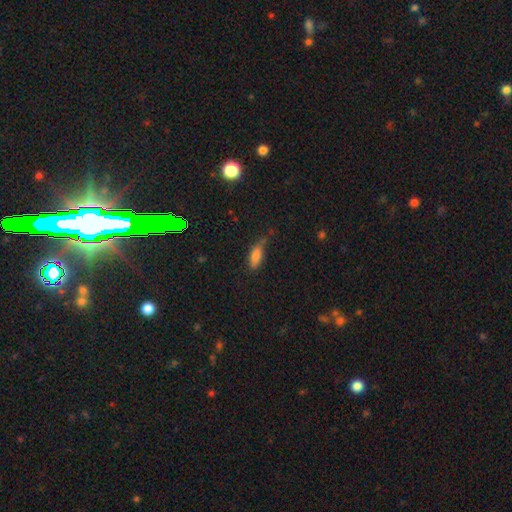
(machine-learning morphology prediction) A smooth galaxy with no disk features (79%) that is in between round and cigar-shaped (72%). Merging: none (52%).